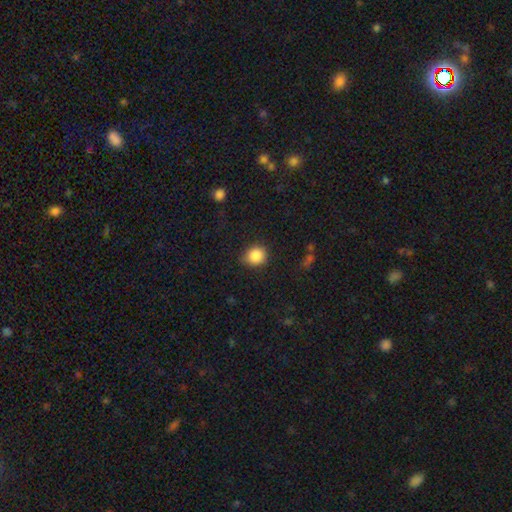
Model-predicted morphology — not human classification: smooth 87%, star or artifact 9%, featured or disk 4%. Down the decision tree: how rounded — round (80%); merging — none (77%).